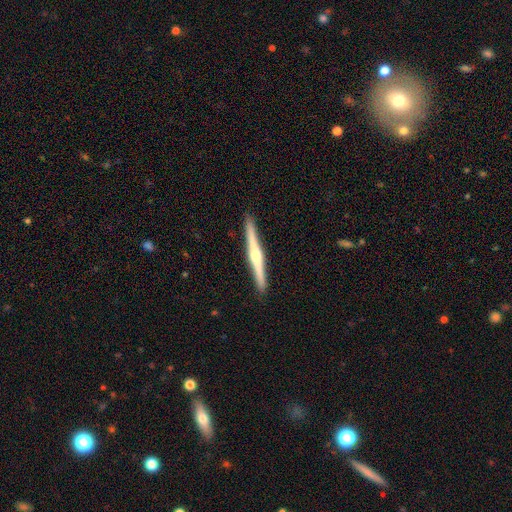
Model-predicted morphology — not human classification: The model was most divided on "smooth or featured": featured or disk: 73%, smooth: 22%, star or artifact: 5%. More confident: edge-on disk — yes (98%); merging — none (92%); edge-on bulge — rounded (83%).